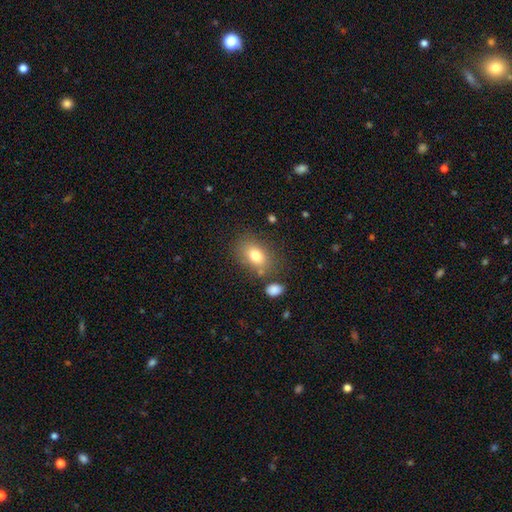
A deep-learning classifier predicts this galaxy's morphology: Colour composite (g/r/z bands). It shows a smooth galaxy with no disk features (77%) that is in between round and cigar-shaped (77%). Merging: none (72%).